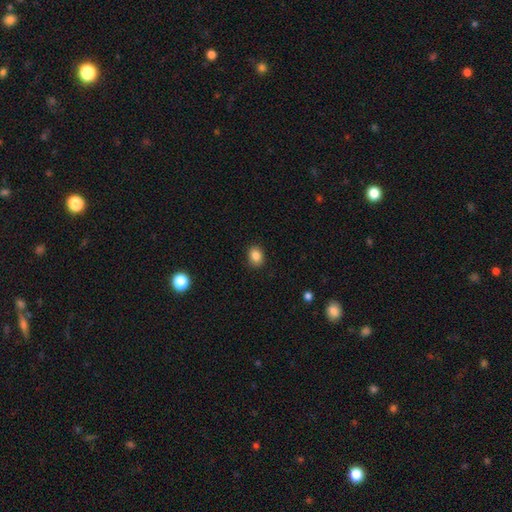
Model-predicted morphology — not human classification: type=smooth (85%); roundness=in between (53%); merging=none (89%).